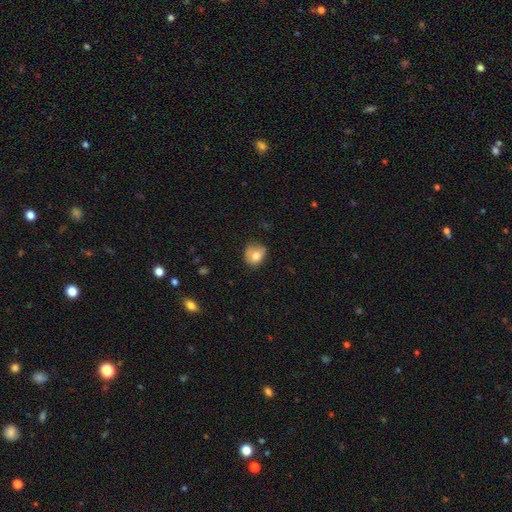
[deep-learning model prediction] smooth 76%, featured or disk 15%, star or artifact 10%. Down the decision tree: how rounded — round (64%); merging — none (56%).